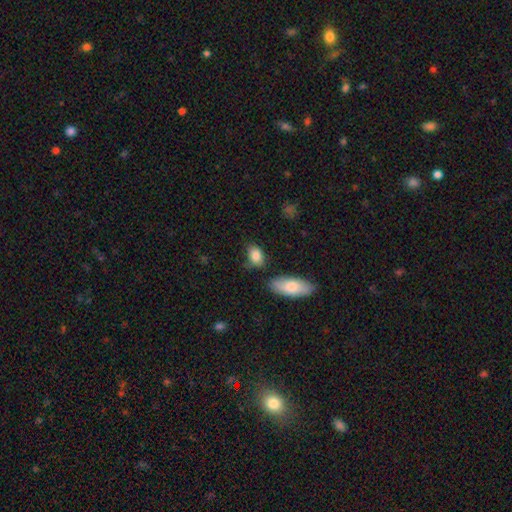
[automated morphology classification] The model was most divided on "merging": none: 64%, minor disturbance: 22%, merger: 8%, major disturbance: 6%. More confident: smooth or featured — smooth (85%); how rounded — in between (83%).